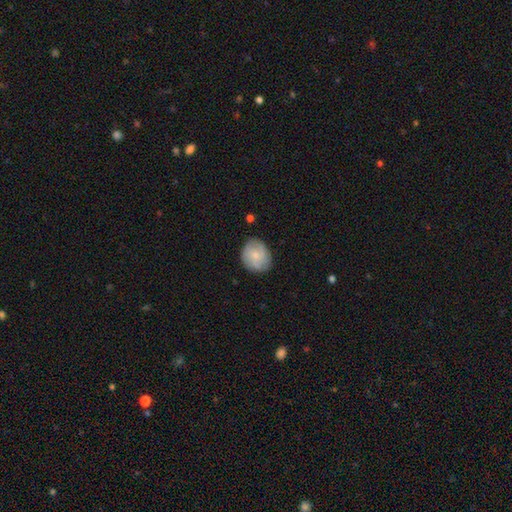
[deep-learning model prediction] The model was most divided on "smooth or featured": smooth: 55%, featured or disk: 38%, star or artifact: 7%. More confident: merging — none (79%); how rounded — round (70%).